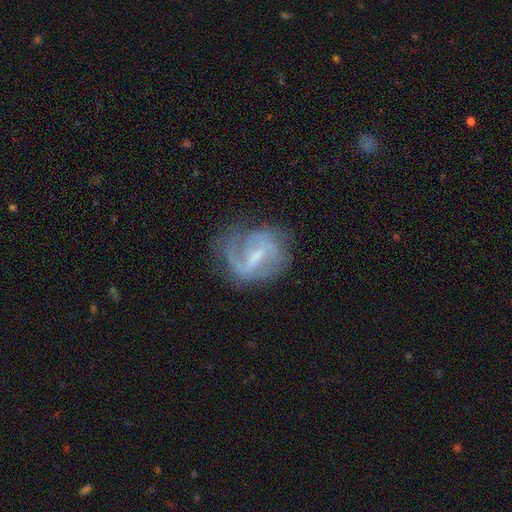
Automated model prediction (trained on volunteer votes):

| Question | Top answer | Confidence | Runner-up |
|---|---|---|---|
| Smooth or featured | featured or disk | 80% | smooth (13%) |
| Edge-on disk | no | 97% | yes (3%) |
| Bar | weak | 50% | strong (37%) |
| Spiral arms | yes | 89% | no (11%) |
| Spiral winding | medium | 44% | loose (29%) |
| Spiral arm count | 2 | 51% | can't tell (19%) |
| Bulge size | small | 46% | moderate (30%) |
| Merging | none | 57% | minor disturbance (23%) |